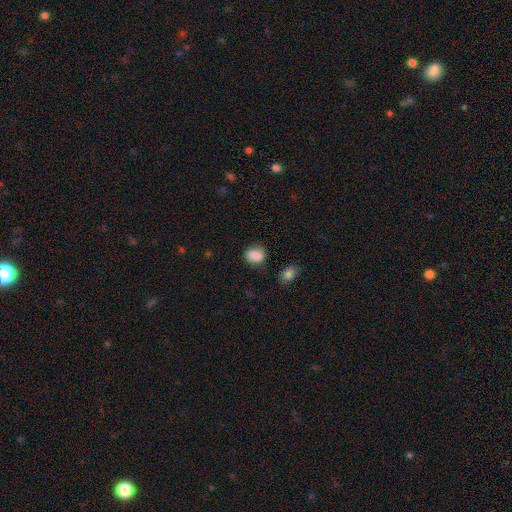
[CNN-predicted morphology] Smooth or featured? Predicted: smooth (p=0.83). How rounded? Predicted: in between (p=0.52). Merging? Predicted: none (p=0.70).